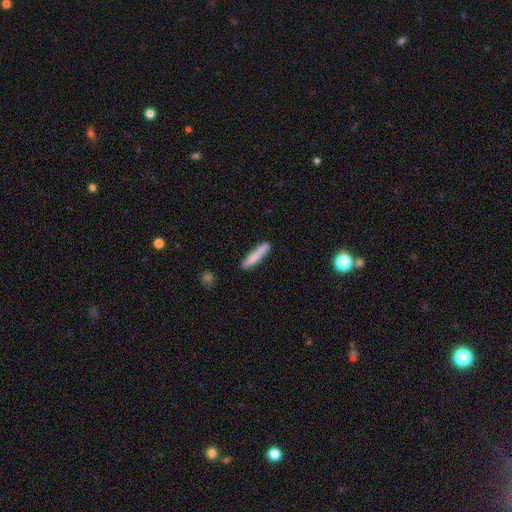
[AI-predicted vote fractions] This is likely a smooth galaxy (79%). How rounded: clearly cigar-shaped (91%). Merging: clearly none (87%).